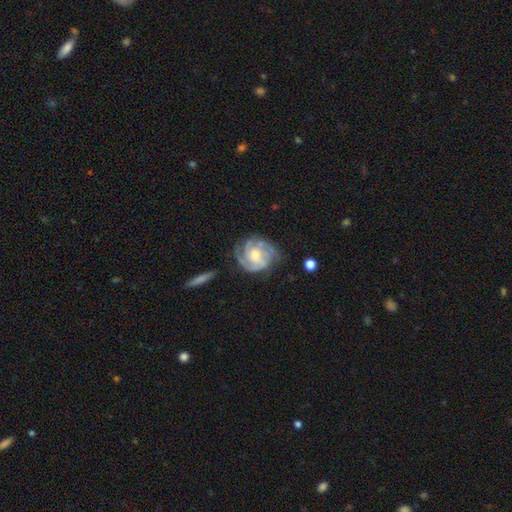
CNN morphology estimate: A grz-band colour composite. It shows a featured or disk galaxy (82%) with no bar (59%), 2 (32%) tight (57%) spiral arms (94%) and a moderate central bulge (59%). Merging: none (66%).